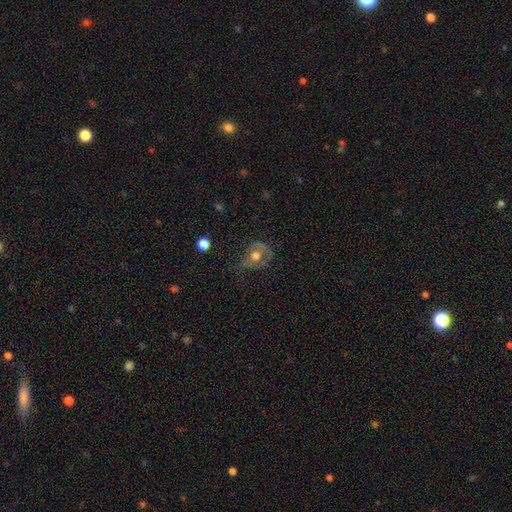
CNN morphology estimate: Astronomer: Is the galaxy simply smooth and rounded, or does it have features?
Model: smooth — 46% (runner-up: featured or disk, 44%).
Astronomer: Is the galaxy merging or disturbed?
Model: none — 44% (runner-up: minor disturbance, 29%).